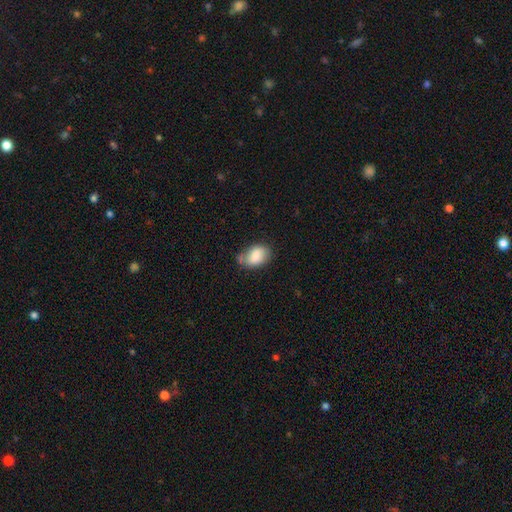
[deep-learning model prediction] A smooth galaxy with no disk features (85%) that is in between round and cigar-shaped (83%).

Vote fractions:
- Smooth or featured? smooth: 85% / featured or disk: 8% / star or artifact: 7%
- How rounded? in between: 83% / round: 16% / cigar-shaped: 1%
- Merging? none: 59% / minor disturbance: 27% / merger: 7% / major disturbance: 6%